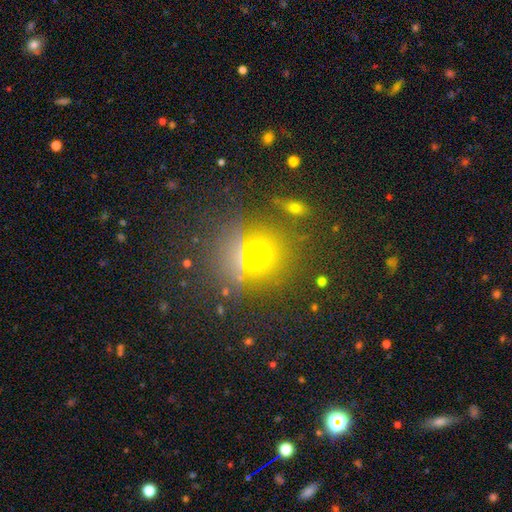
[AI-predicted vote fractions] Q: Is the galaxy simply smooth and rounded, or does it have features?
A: smooth — 59%.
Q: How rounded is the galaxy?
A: round — 89%.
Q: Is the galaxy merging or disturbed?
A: none — 81%.